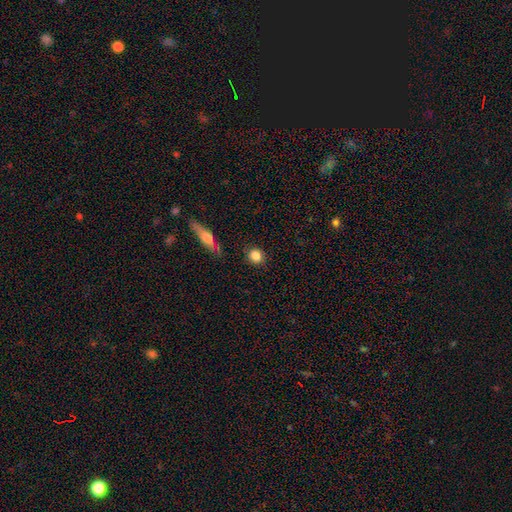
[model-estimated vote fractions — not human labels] A smooth galaxy with no disk features (84%) that is round (80%).

Vote fractions:
- Smooth or featured? smooth: 84% / star or artifact: 9% / featured or disk: 7%
- How rounded? round: 80% / in between: 18% / cigar-shaped: 2%
- Merging? none: 88% / minor disturbance: 8% / major disturbance: 2% / merger: 2%